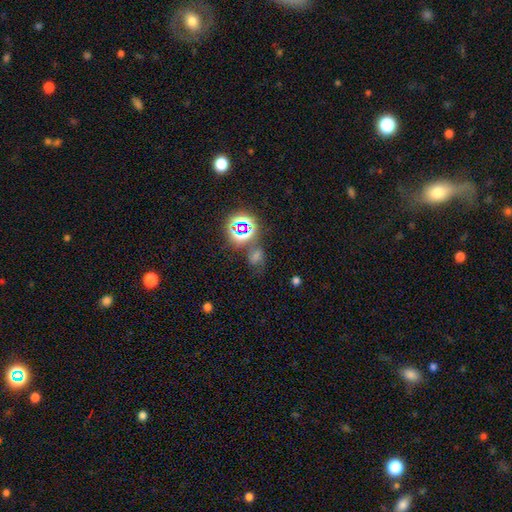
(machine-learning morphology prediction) This appears to be a star or artifact, not a galaxy (56%).